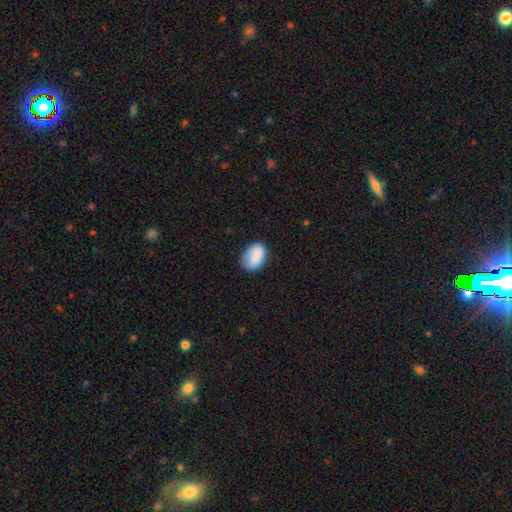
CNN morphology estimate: Smooth or featured? Predicted: smooth (p=0.82). How rounded? Predicted: in between (p=0.81). Merging? Predicted: none (p=0.76).